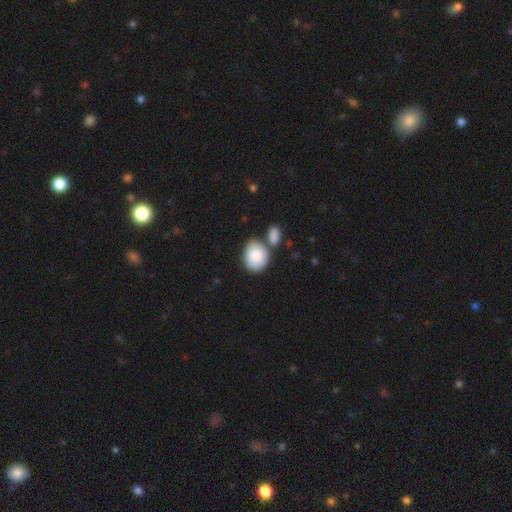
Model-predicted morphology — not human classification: A smooth galaxy with no disk features (87%) that is in between round and cigar-shaped (55%).

Vote fractions:
- Smooth or featured? smooth: 87% / featured or disk: 7% / star or artifact: 6%
- How rounded? in between: 55% / round: 44% / cigar-shaped: 1%
- Merging? none: 51% / merger: 30% / minor disturbance: 14% / major disturbance: 5%